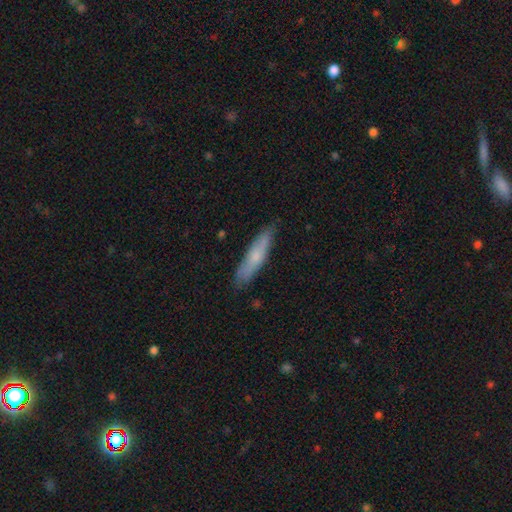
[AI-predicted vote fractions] A smooth galaxy with no disk features (62%) that is cigar-shaped (83%). Merging: none (82%).